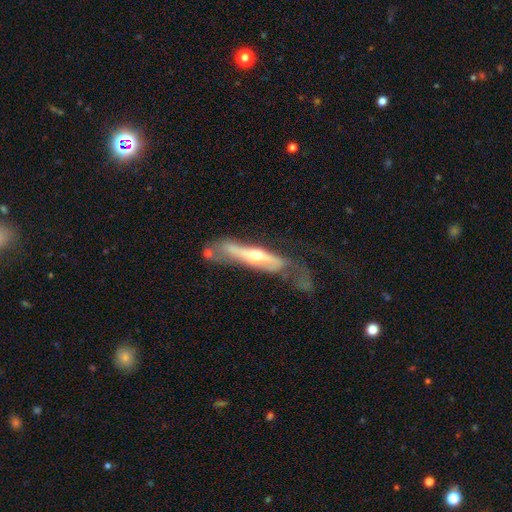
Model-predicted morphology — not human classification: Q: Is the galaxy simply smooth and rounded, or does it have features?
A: featured or disk — 71%.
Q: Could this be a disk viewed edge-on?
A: yes — 68%.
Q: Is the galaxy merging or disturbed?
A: none — 36%.